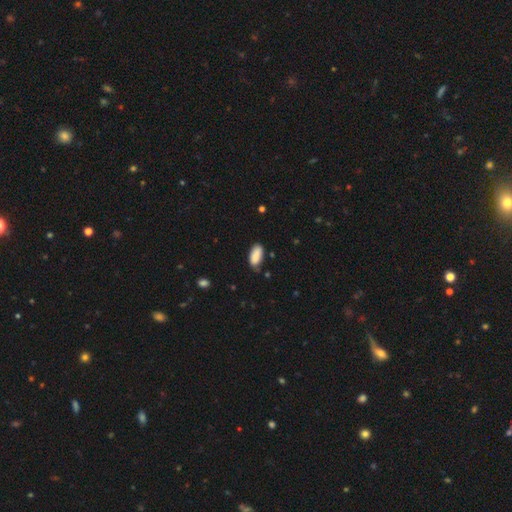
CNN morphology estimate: smooth-or-featured: smooth: 89% | star or artifact: 7% | featured or disk: 4%
  how-rounded: in between: 90% | cigar-shaped: 8% | round: 2%
  merging: none: 73% | minor disturbance: 21% | major disturbance: 3% | merger: 2%